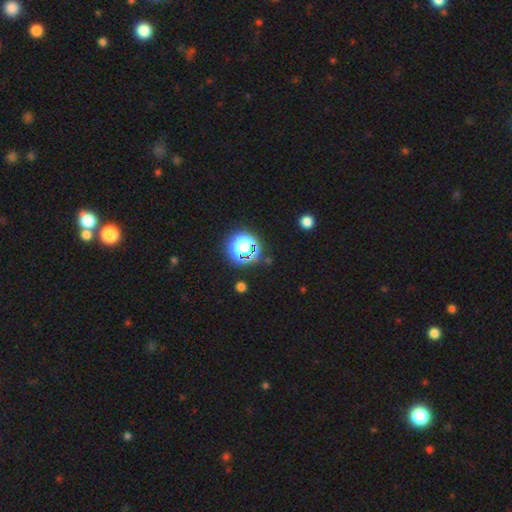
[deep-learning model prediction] smooth_or_featured: star or artifact (p=0.73) [alt: smooth p=0.20]